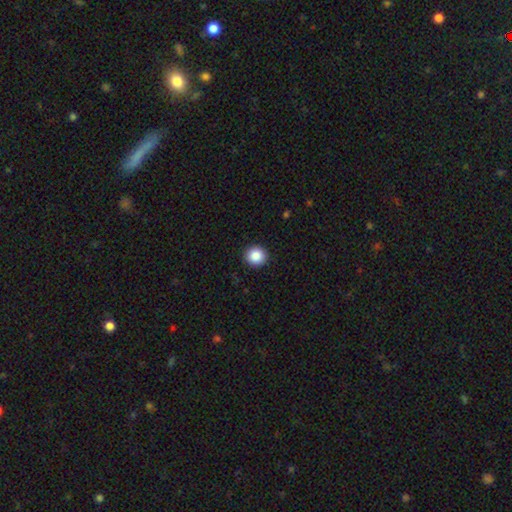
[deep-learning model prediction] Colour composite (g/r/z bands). It shows a smooth galaxy with no disk features (86%) that is round (92%). Merging: none (93%).